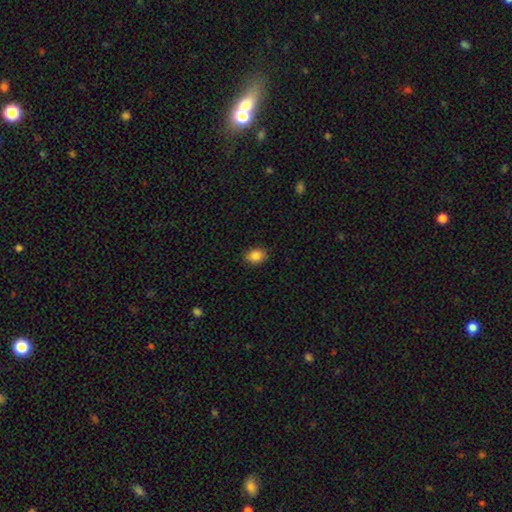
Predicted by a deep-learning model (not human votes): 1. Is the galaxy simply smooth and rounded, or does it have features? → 87% smooth, 9% star or artifact, 4% featured or disk.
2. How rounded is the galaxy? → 59% in between, 40% round, 1% cigar-shaped.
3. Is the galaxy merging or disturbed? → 89% none, 8% minor disturbance, 2% major disturbance, 1% merger.